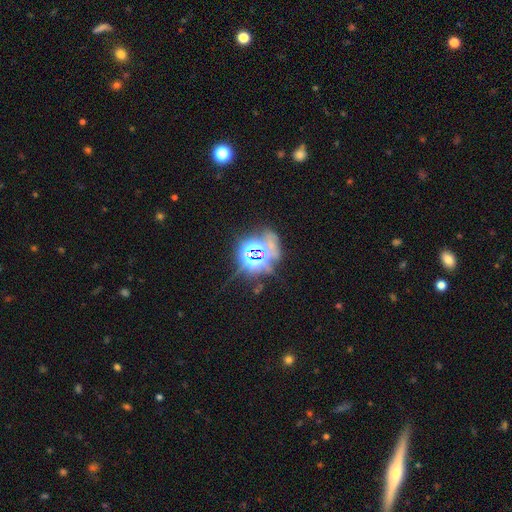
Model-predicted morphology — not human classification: This appears to be a star or artifact, not a galaxy (77%).